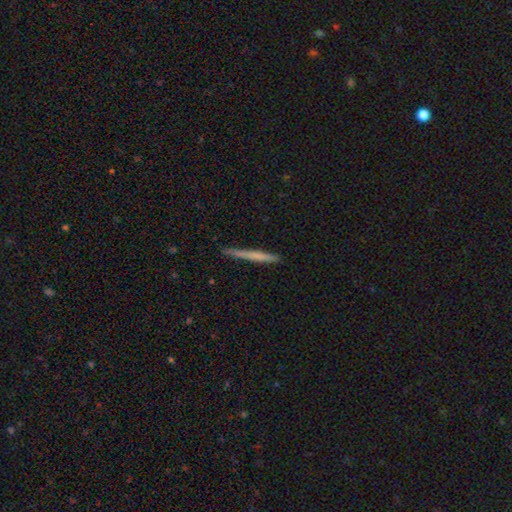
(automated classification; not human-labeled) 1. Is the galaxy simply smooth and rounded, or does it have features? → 59% smooth, 35% featured or disk, 6% star or artifact.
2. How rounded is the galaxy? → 97% cigar-shaped, 2% in between, 1% round.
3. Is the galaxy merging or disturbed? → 85% none, 12% minor disturbance, 2% major disturbance, 2% merger.